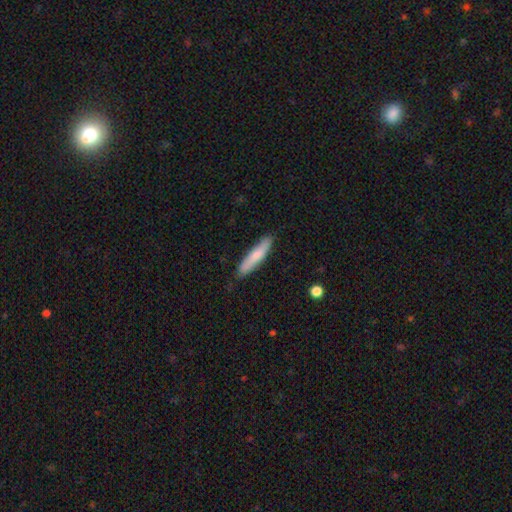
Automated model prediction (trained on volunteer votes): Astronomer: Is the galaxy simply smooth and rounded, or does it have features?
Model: smooth — 74%.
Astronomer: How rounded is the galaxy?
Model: cigar-shaped — 85%.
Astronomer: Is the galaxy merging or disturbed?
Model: none — 86%.